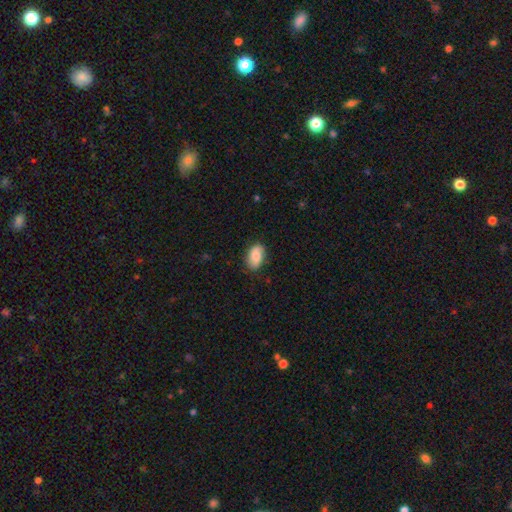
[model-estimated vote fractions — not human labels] The model was most divided on "smooth or featured": smooth: 67%, featured or disk: 26%, star or artifact: 7%. More confident: how rounded — in between (90%); merging — none (80%).